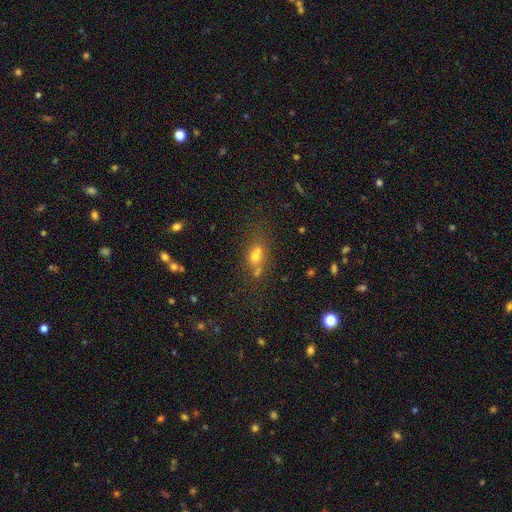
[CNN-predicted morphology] Smooth or featured? Predicted: smooth (p=0.59). How rounded? Predicted: round (p=0.50). Merging? Predicted: none (p=0.41, tied with merger).